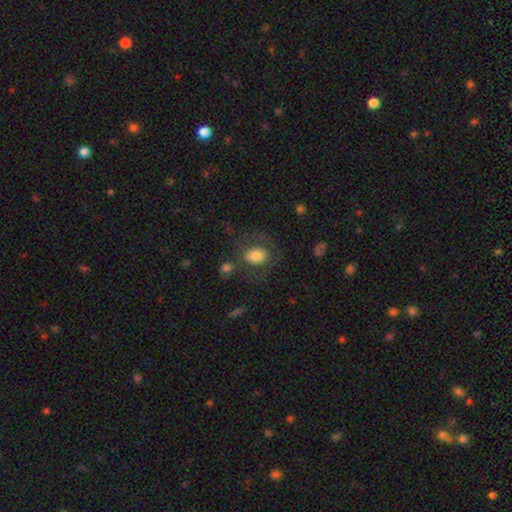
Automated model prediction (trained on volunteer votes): A smooth galaxy with no disk features (74%) that is in between round and cigar-shaped (60%). Merging: none (59%).